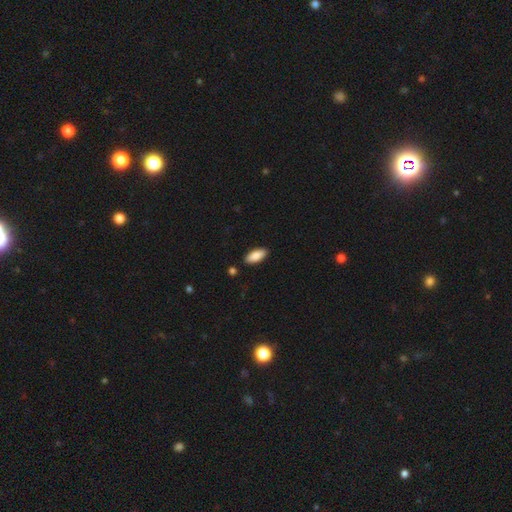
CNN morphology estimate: Q: Smooth or featured?
A: smooth (87%); runner-up: featured or disk (7%)
Q: How rounded?
A: in between (85%); runner-up: cigar-shaped (13%)
Q: Merging?
A: none (88%); runner-up: minor disturbance (8%)